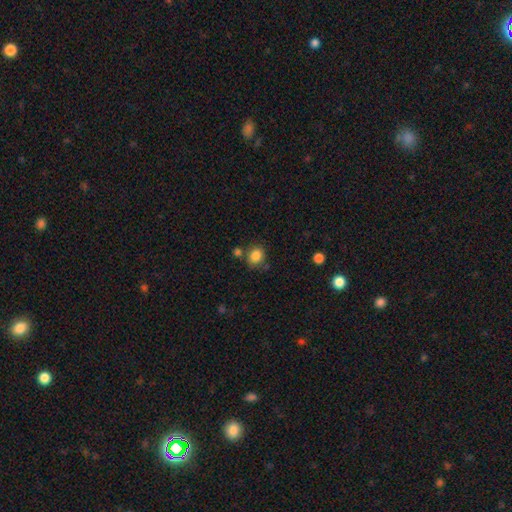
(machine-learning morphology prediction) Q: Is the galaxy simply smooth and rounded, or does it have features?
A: smooth — 84%.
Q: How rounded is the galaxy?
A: round — 63%.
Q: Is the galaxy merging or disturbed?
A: none — 73%.